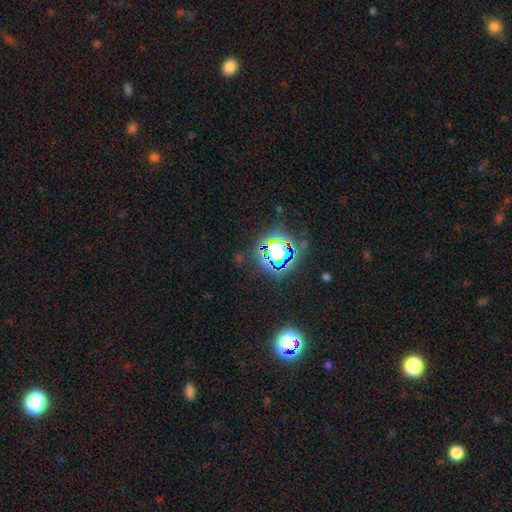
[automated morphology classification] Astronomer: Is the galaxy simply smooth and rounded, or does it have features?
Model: star or artifact — 77%.